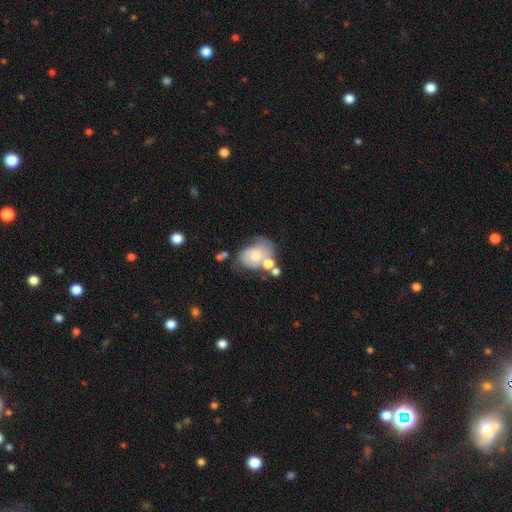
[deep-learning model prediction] A smooth galaxy with no disk features (47%). Merging: none (29%).